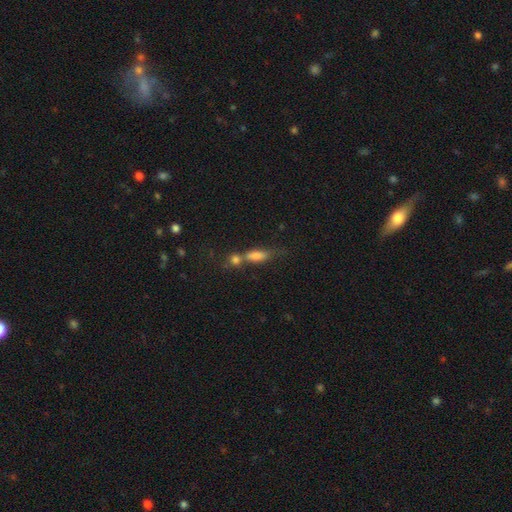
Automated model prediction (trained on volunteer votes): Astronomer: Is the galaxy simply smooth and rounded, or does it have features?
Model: smooth — 64%.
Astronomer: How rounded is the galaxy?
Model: in between — 48% (runner-up: cigar-shaped, 44%).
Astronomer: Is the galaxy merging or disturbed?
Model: merger — 44% (runner-up: none, 35%).